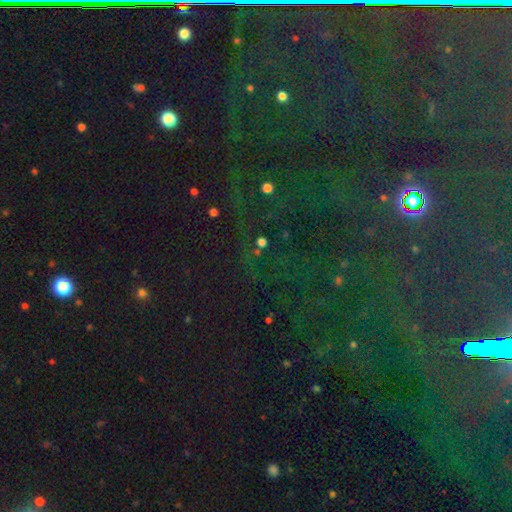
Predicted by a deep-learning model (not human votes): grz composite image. It shows a star or artifact, not a galaxy (81%).